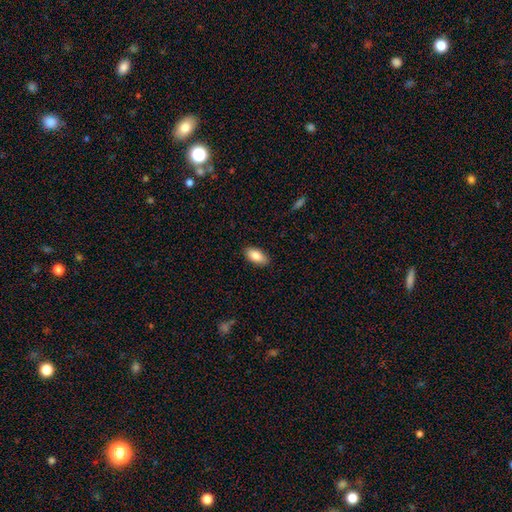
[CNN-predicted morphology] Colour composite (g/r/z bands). It shows a smooth galaxy with no disk features (86%) that is in between round and cigar-shaped (92%). Merging: none (88%).